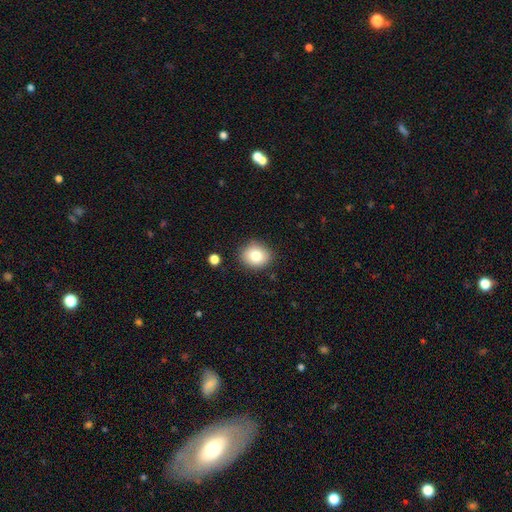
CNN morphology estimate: The model was most divided on "how rounded": round: 70%, in between: 29%, cigar-shaped: 1%. More confident: merging — none (85%); smooth or featured — smooth (80%).